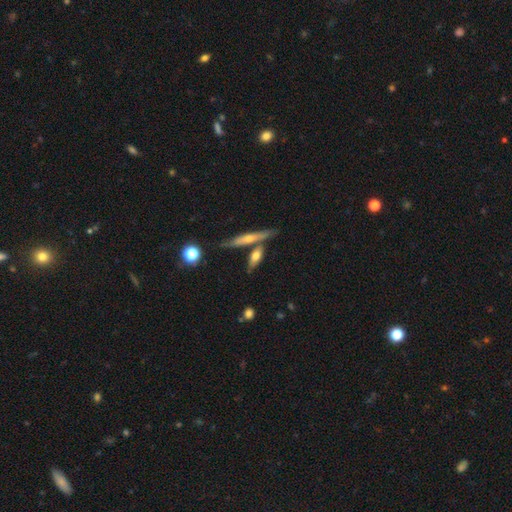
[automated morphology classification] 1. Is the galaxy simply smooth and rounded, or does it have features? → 52% smooth, 40% featured or disk, 7% star or artifact.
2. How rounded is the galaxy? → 59% cigar-shaped, 36% in between, 5% round.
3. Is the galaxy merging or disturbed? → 61% none, 24% merger, 12% minor disturbance, 3% major disturbance.